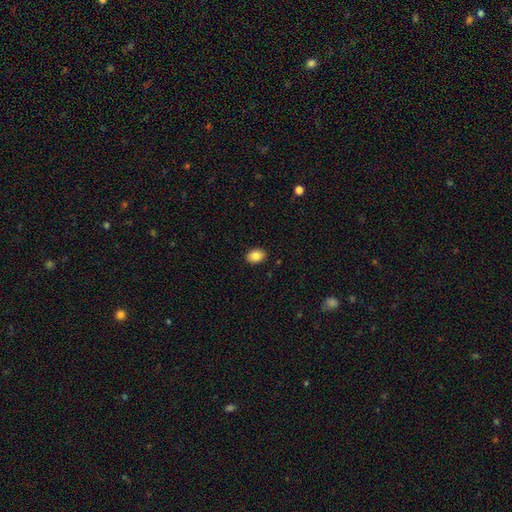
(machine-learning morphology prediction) smooth 86%, star or artifact 8%, featured or disk 7%. Down the decision tree: how rounded — in between (81%); merging — none (89%).